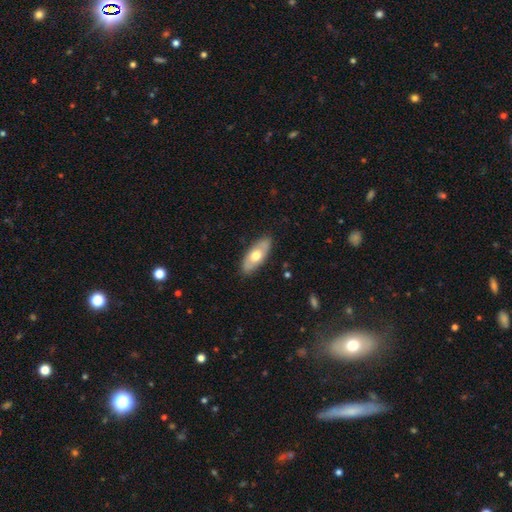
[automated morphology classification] A smooth galaxy with no disk features (58%) that is in between round and cigar-shaped (83%).

Vote fractions:
- Smooth or featured? smooth: 58% / featured or disk: 37% / star or artifact: 5%
- How rounded? in between: 83% / cigar-shaped: 14% / round: 3%
- Merging? none: 86% / minor disturbance: 11% / major disturbance: 2% / merger: 1%